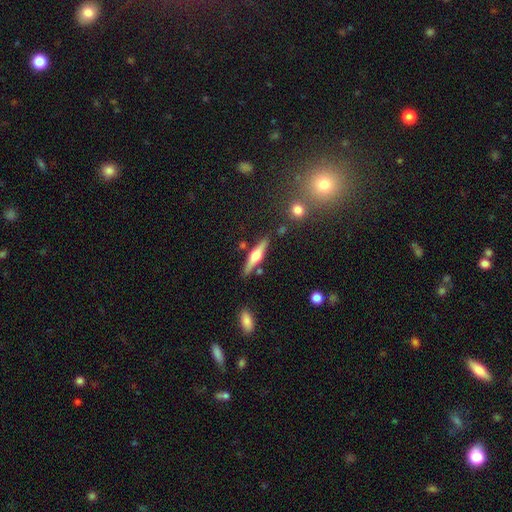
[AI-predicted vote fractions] featured or disk 65%, smooth 29%, star or artifact 6%. Down the decision tree: edge-on disk — yes (96%); edge-on bulge — rounded (92%); merging — none (82%).